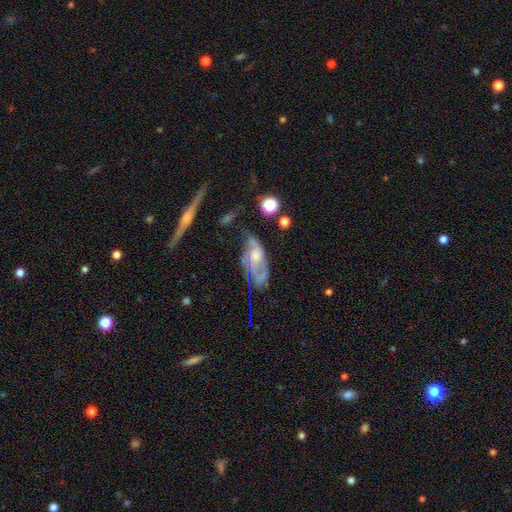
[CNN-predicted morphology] Smooth or featured?
  - featured or disk: 69% *
  - smooth: 21%
  - star or artifact: 10%
Edge-on disk?
  - no: 85% *
  - yes: 15%
Bar?
  - no: 77% *
  - weak: 19%
  - strong: 4%
Spiral arms?
  - yes: 73% *
  - no: 27%
Bulge size?
  - moderate: 44% *
  - small: 31%
  - none: 13%
  - large: 10%
  - dominant: 2%
Merging?
  - none: 45% *
  - minor disturbance: 25%
  - major disturbance: 23%
  - merger: 7%